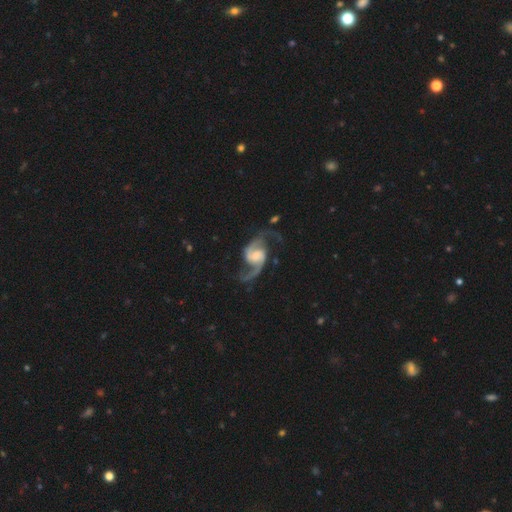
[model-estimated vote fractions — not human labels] A featured or disk galaxy (93%) with a weak bar (45%), 2 (94%) loose (51%) spiral arms (98%) and no central bulge (29%). Merging: none (72%).